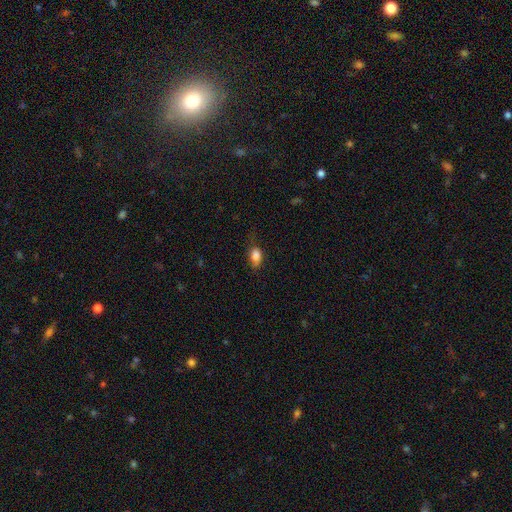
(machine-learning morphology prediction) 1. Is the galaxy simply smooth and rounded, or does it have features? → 83% smooth, 9% star or artifact, 8% featured or disk.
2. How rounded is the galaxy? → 83% in between, 13% round, 3% cigar-shaped.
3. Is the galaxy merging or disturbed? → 54% none, 31% minor disturbance, 13% major disturbance, 2% merger.